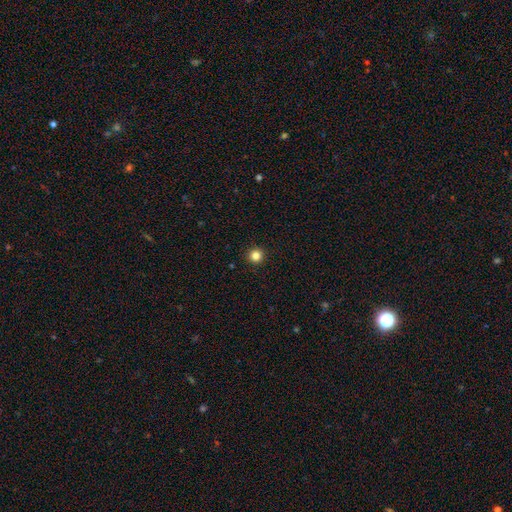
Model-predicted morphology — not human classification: Q: Smooth or featured?
A: smooth (84%); runner-up: star or artifact (12%)
Q: How rounded?
A: round (96%); runner-up: in between (3%)
Q: Merging?
A: none (94%); runner-up: minor disturbance (4%)